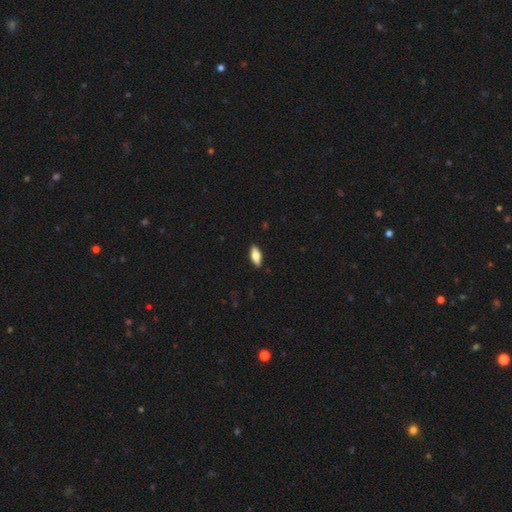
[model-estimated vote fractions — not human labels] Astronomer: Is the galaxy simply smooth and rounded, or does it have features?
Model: smooth — 67%.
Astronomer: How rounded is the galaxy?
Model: in between — 81%.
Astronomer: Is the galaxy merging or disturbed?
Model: none — 89%.